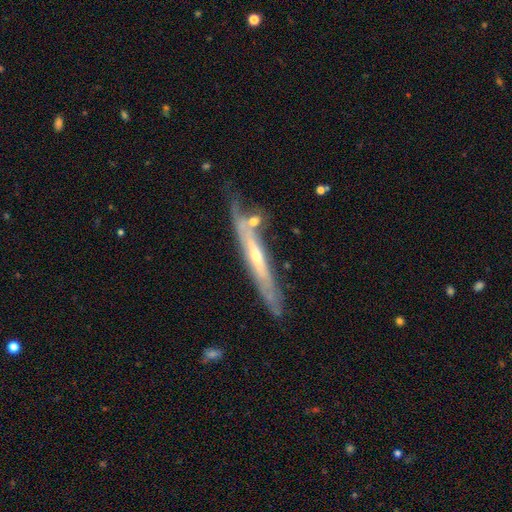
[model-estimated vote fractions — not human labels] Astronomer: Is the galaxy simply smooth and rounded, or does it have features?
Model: featured or disk — 76%.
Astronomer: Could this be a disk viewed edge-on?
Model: yes — 84%.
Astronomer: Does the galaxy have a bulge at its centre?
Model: rounded — 58% (runner-up: none, 37%).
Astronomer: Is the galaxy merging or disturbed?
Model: none — 65%.